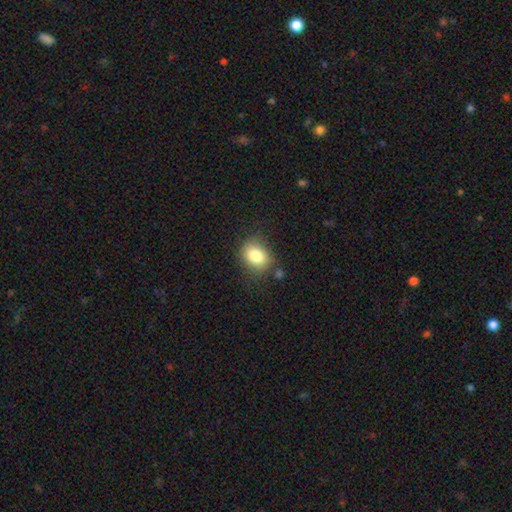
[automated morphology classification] Q: Smooth or featured?
A: smooth (82%); runner-up: star or artifact (10%)
Q: How rounded?
A: round (51%); runner-up: in between (48%)
Q: Merging?
A: none (78%); runner-up: minor disturbance (15%)